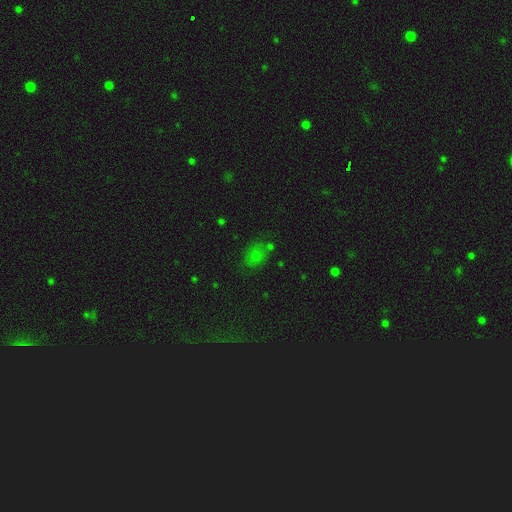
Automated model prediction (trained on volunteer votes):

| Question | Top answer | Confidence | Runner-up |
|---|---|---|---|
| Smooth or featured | smooth | 58% | star or artifact (31%) |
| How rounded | in between | 54% | round (45%) |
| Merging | none | 67% | minor disturbance (17%) |